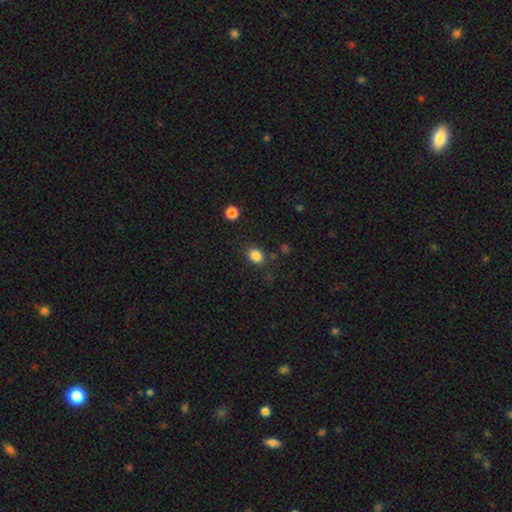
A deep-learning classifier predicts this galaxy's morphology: Smooth or featured? Predicted: smooth (p=0.84). How rounded? Predicted: in between (p=0.54). Merging? Predicted: none (p=0.80).